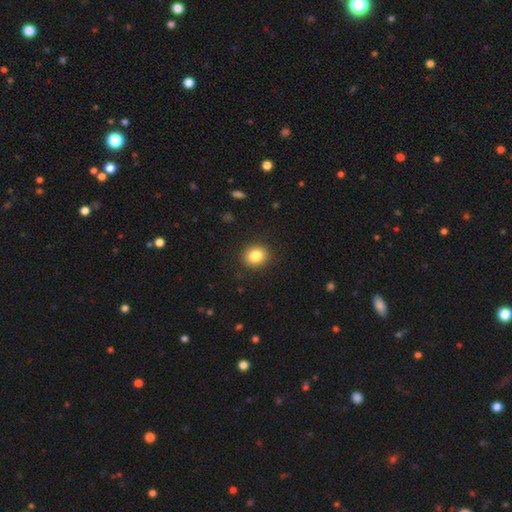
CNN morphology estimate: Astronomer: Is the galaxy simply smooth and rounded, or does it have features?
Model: smooth — 84%.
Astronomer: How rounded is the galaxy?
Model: round — 71%.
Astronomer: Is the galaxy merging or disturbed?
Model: none — 89%.